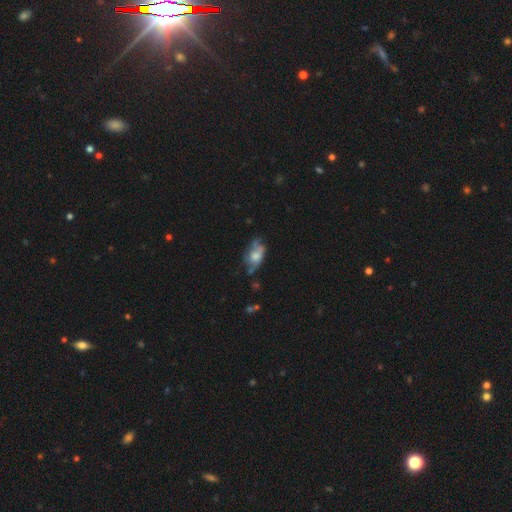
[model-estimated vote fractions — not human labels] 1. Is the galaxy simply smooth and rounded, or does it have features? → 46% smooth, 44% featured or disk, 9% star or artifact.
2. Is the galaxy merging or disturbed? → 42% none, 31% minor disturbance, 20% major disturbance, 8% merger.